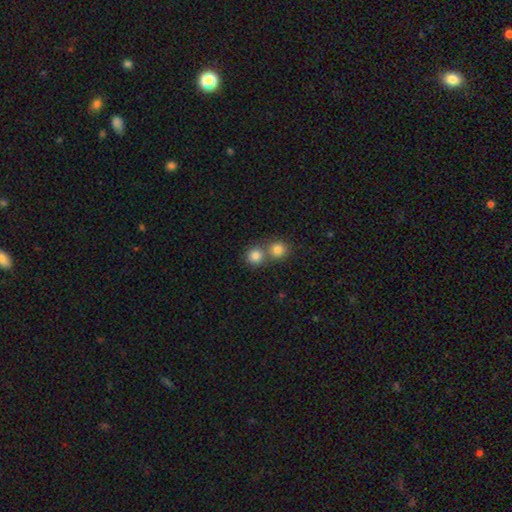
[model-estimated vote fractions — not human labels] smooth_or_featured: smooth (p=0.83) [alt: star or artifact p=0.11]
how_rounded: round (p=0.89) [alt: in between p=0.10]
merging: none (p=0.50) [alt: merger p=0.43]